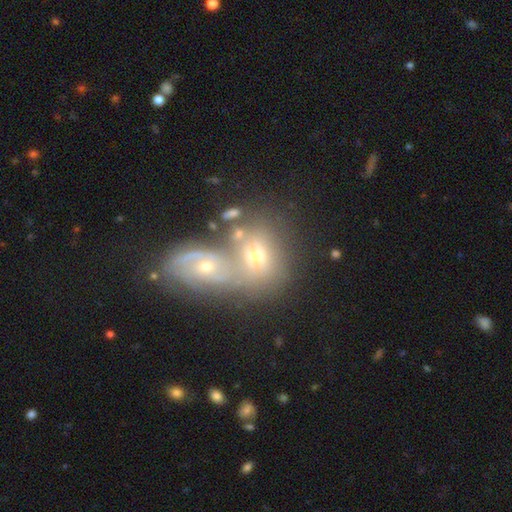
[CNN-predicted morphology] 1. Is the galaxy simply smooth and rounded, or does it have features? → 54% featured or disk, 34% smooth, 12% star or artifact.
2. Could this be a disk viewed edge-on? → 93% no, 7% yes.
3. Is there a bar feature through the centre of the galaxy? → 60% no, 31% weak, 10% strong.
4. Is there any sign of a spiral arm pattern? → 74% yes, 26% no.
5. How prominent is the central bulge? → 47% moderate, 45% small, 4% large, 3% none, 2% dominant.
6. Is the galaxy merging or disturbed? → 65% merger, 21% none, 8% minor disturbance, 5% major disturbance.